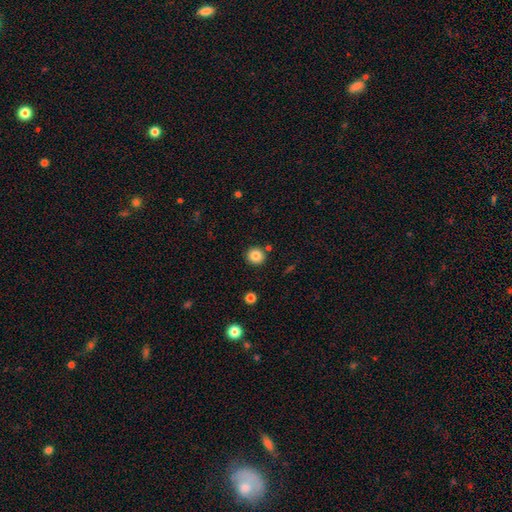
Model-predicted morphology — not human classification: This appears to be a smooth galaxy with no disk features (84%) that is round (92%). Merging: none (87%).